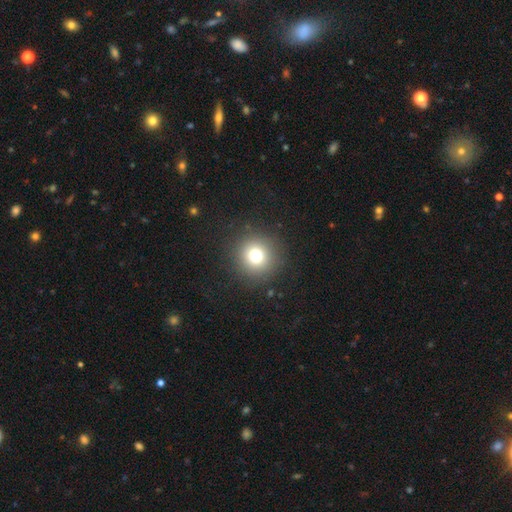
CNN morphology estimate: smooth_or_featured: smooth (p=0.74) [alt: star or artifact p=0.16]
how_rounded: round (p=0.95) [alt: in between p=0.04]
merging: none (p=0.90) [alt: minor disturbance p=0.06]